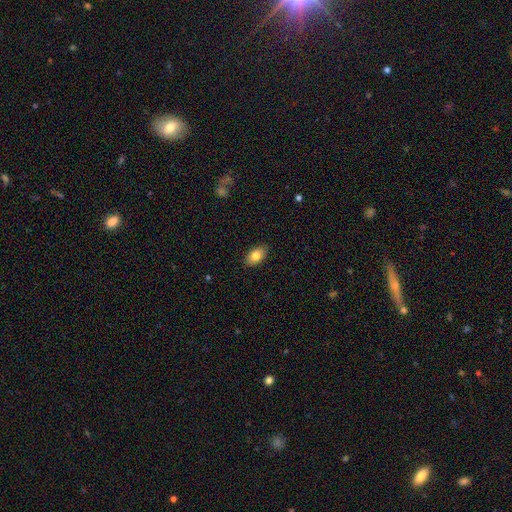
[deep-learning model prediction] A smooth galaxy with no disk features (82%) that is in between round and cigar-shaped (93%). Merging: none (89%).